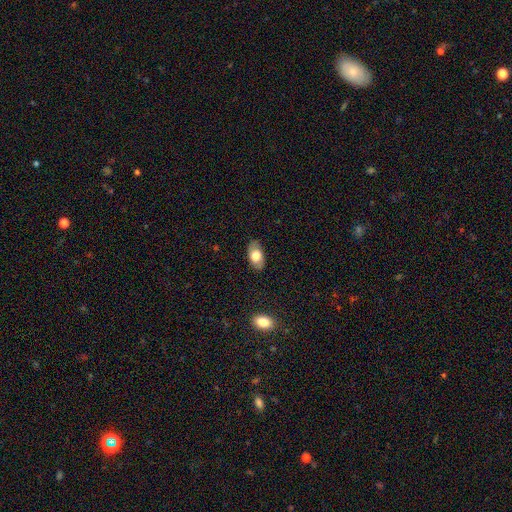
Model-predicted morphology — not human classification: Smooth or featured? smooth (68%)
How rounded? in between (92%)
Merging? none (81%)